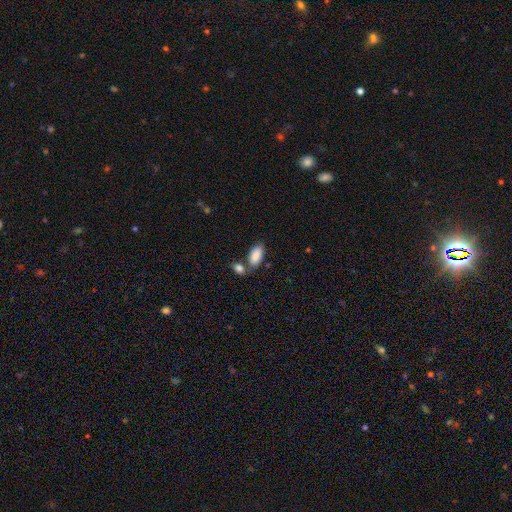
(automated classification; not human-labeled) smooth-or-featured: smooth: 88% | star or artifact: 7% | featured or disk: 5%
  how-rounded: in between: 92% | cigar-shaped: 6% | round: 3%
  merging: none: 54% | merger: 30% | minor disturbance: 12% | major disturbance: 4%